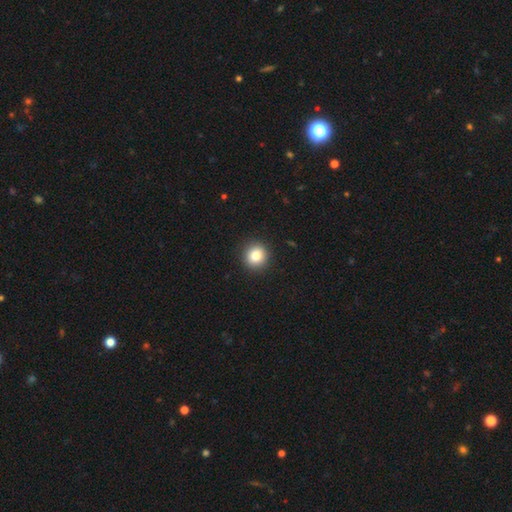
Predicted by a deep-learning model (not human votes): A smooth galaxy with no disk features (84%) that is round (89%). Merging: none (92%).